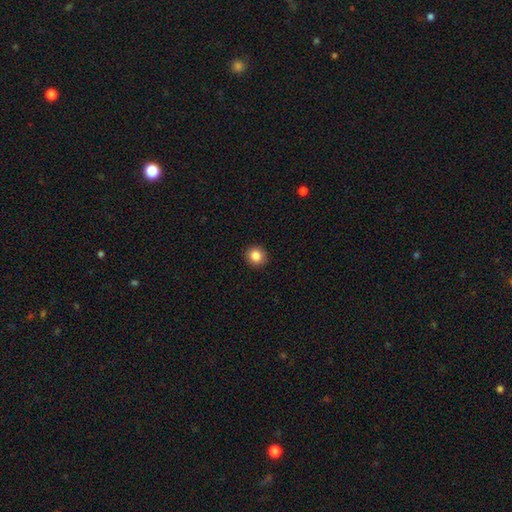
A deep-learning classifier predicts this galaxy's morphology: Smooth or featured?
  - smooth: 85% *
  - star or artifact: 10%
  - featured or disk: 5%
How rounded?
  - round: 87% *
  - in between: 12%
  - cigar-shaped: 1%
Merging?
  - none: 92% *
  - minor disturbance: 5%
  - major disturbance: 2%
  - merger: 1%